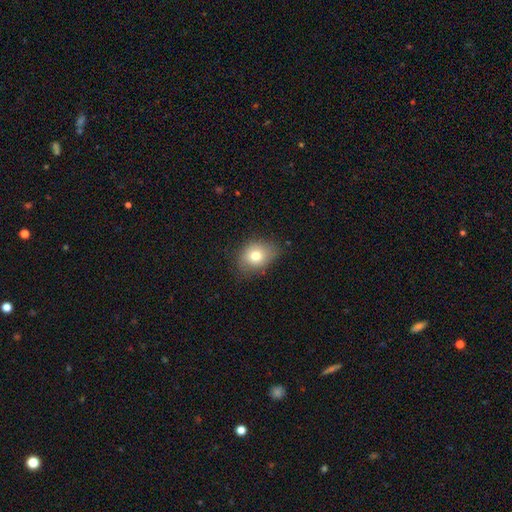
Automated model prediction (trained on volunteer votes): smooth 77%, featured or disk 13%, star or artifact 10%. Down the decision tree: how rounded — in between (53%); merging — none (69%).